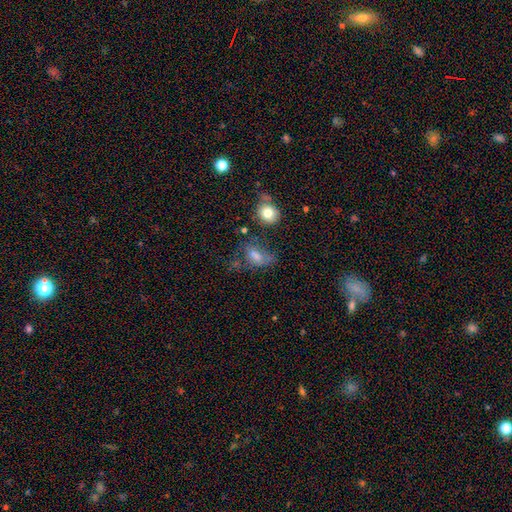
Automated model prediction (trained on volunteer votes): smooth-or-featured: smooth: 56% | featured or disk: 28% | star or artifact: 16%
  how-rounded: in between: 79% | round: 16% | cigar-shaped: 5%
  merging: none: 40% | minor disturbance: 26% | major disturbance: 25% | merger: 9%